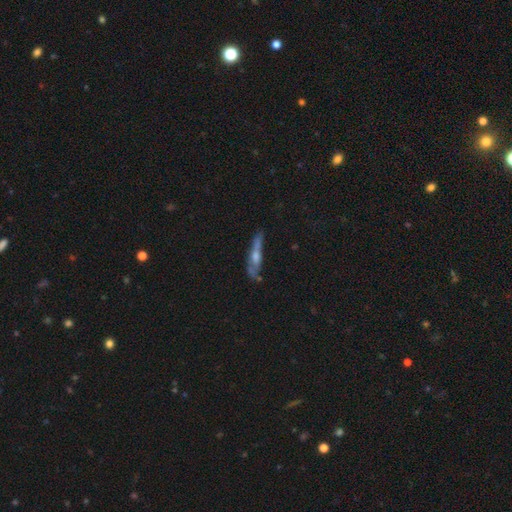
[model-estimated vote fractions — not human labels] smooth-or-featured: featured or disk: 59% | smooth: 32% | star or artifact: 9%
  disk-edge-on: yes: 73% | no: 27%
  merging: none: 58% | minor disturbance: 25% | major disturbance: 12% | merger: 5%